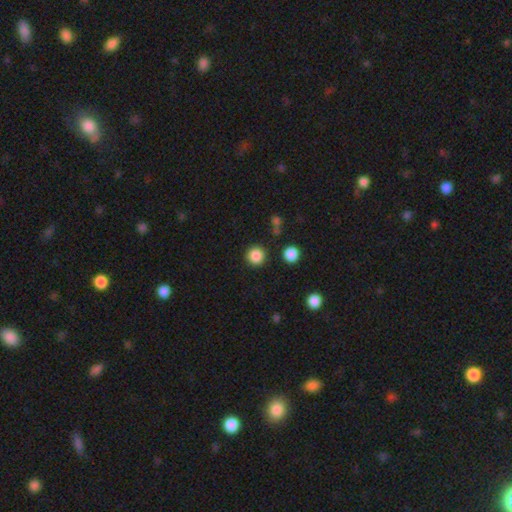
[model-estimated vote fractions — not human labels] A smooth galaxy with no disk features (85%) that is round (94%).

Vote fractions:
- Smooth or featured? smooth: 85% / star or artifact: 11% / featured or disk: 4%
- How rounded? round: 94% / in between: 5% / cigar-shaped: 1%
- Merging? none: 89% / minor disturbance: 6% / merger: 2% / major disturbance: 2%